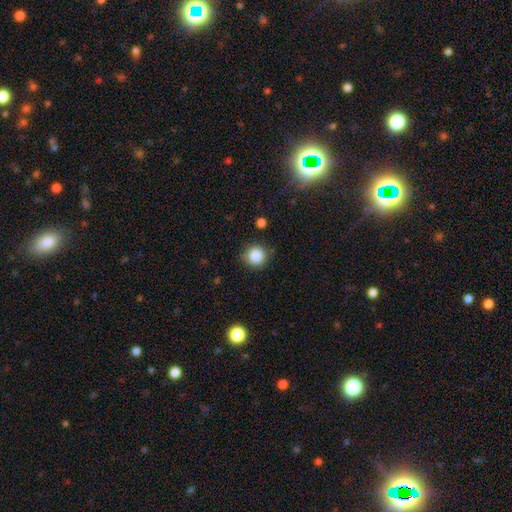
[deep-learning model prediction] This is clearly a smooth galaxy (85%). How rounded: clearly round (92%). Merging: clearly none (84%).